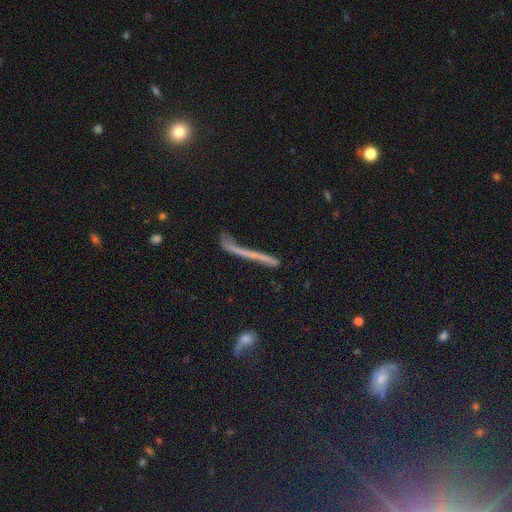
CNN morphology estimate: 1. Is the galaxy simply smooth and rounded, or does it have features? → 39% featured or disk, 38% smooth, 23% star or artifact.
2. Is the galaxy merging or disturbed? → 55% none, 19% minor disturbance, 17% major disturbance, 10% merger.